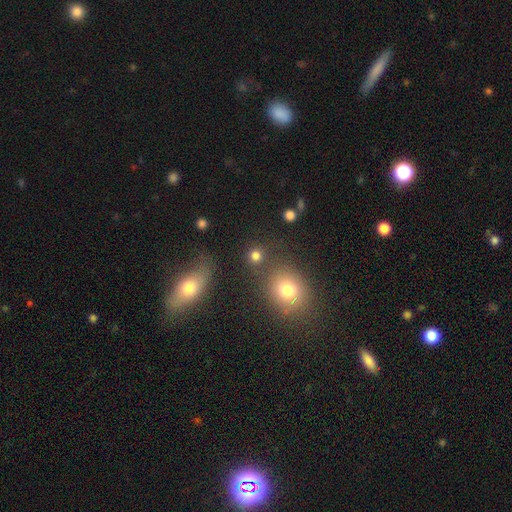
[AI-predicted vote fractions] smooth 80%, star or artifact 14%, featured or disk 6%. Down the decision tree: how rounded — round (85%); merging — none (73%).